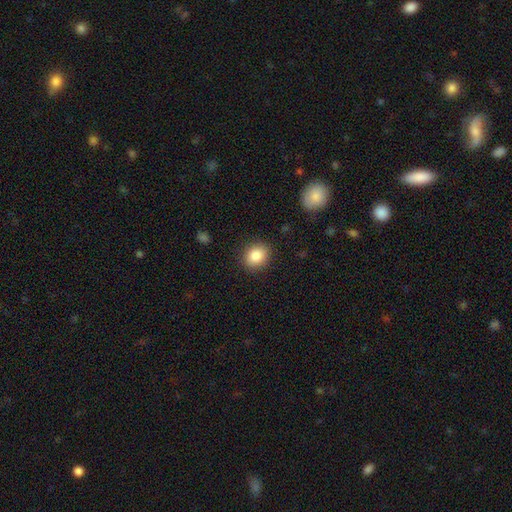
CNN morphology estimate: Smooth or featured?
  - smooth: 87% *
  - star or artifact: 8%
  - featured or disk: 5%
How rounded?
  - round: 59% *
  - in between: 40%
  - cigar-shaped: 1%
Merging?
  - none: 88% *
  - minor disturbance: 8%
  - major disturbance: 3%
  - merger: 1%